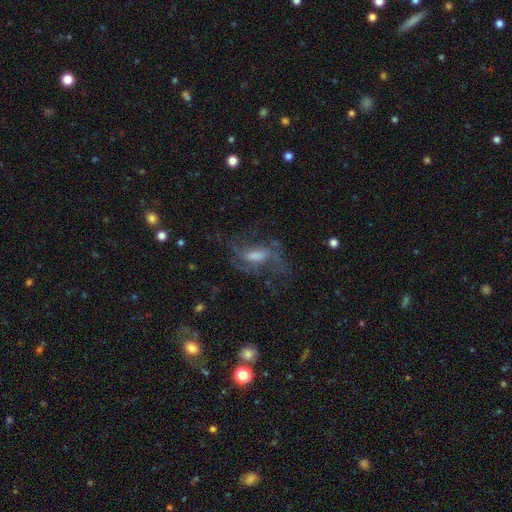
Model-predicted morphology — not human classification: type=featured or disk (71%); edge-on=no (92%); bar=weak (48%); spiral arms=yes (87%); winding=medium (44%); arm count=2 (33%); bulge=moderate (42%); merging=none (55%).